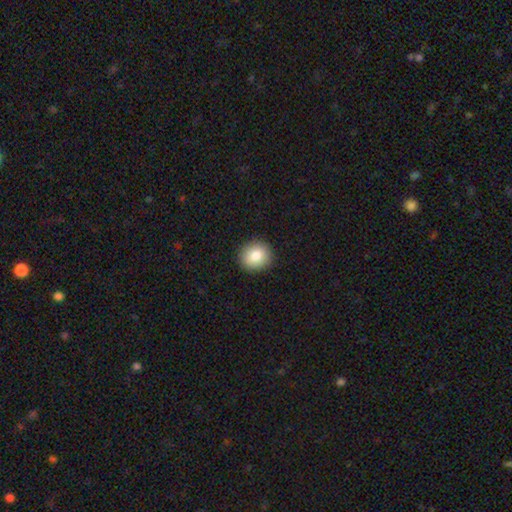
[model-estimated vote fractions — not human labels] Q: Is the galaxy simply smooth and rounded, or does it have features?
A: smooth — 84%.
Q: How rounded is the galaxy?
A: round — 81%.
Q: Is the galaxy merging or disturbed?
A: none — 91%.